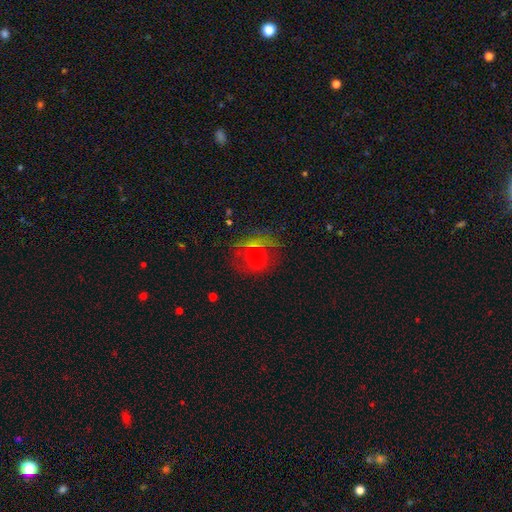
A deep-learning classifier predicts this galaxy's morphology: The model was most divided on "smooth or featured": smooth: 51%, featured or disk: 31%, star or artifact: 18%. More confident: how rounded — round (80%); merging — none (65%).